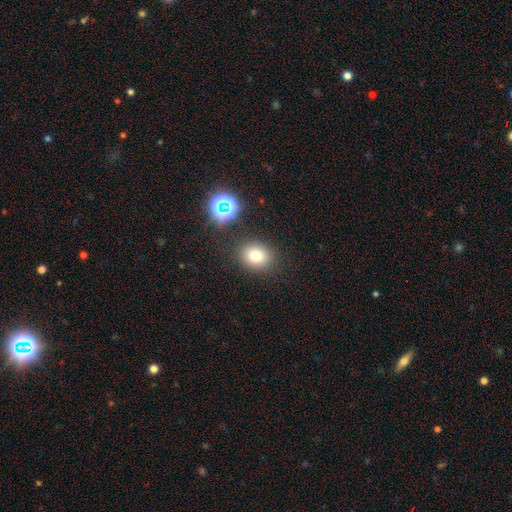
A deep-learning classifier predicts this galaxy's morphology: type=smooth (75%); roundness=round (64%); merging=none (85%).